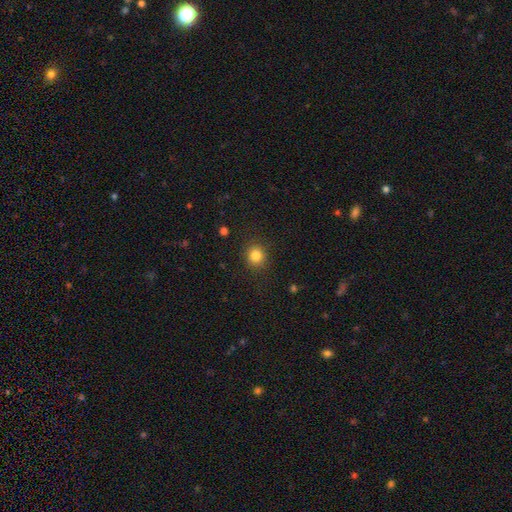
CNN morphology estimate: Smooth or featured?
  - smooth: 84% *
  - star or artifact: 12%
  - featured or disk: 5%
How rounded?
  - round: 87% *
  - in between: 12%
  - cigar-shaped: 1%
Merging?
  - none: 88% *
  - minor disturbance: 8%
  - major disturbance: 3%
  - merger: 1%